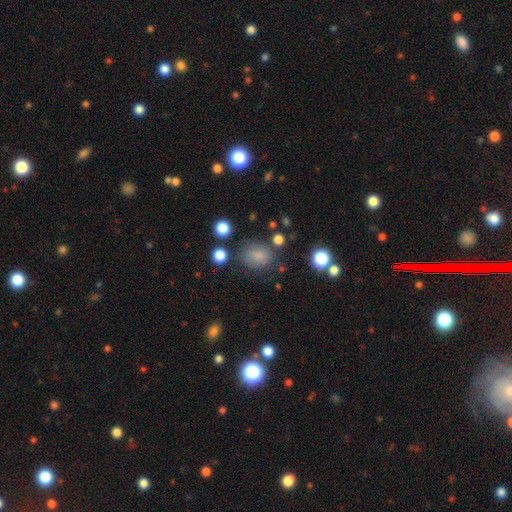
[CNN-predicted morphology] The model was most divided on "how rounded": round: 50%, in between: 48%, cigar-shaped: 1%. More confident: smooth or featured — smooth (78%); merging — none (72%).